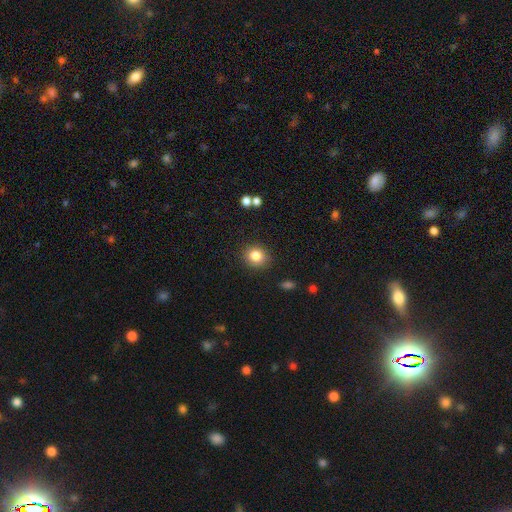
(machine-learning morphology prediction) A smooth galaxy with no disk features (83%) that is round (79%).

Vote fractions:
- Smooth or featured? smooth: 83% / star or artifact: 10% / featured or disk: 6%
- How rounded? round: 79% / in between: 20% / cigar-shaped: 1%
- Merging? none: 88% / minor disturbance: 8% / major disturbance: 2% / merger: 2%